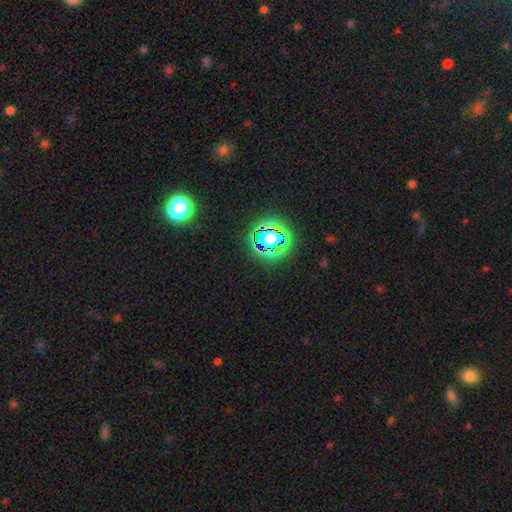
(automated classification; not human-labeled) A star or artifact, not a galaxy (77%).